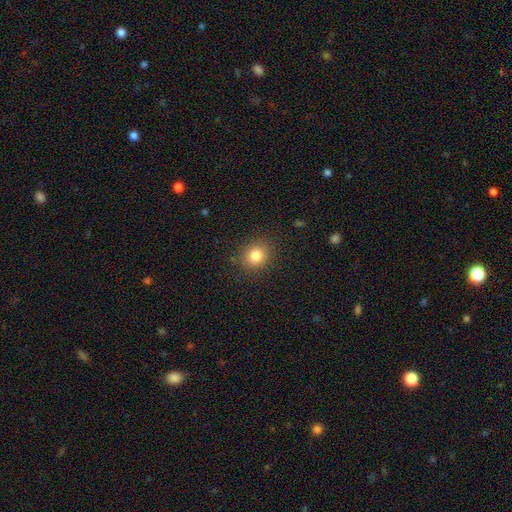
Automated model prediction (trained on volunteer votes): This is clearly a smooth galaxy (82%). How rounded: likely round (74%). Merging: clearly none (87%).